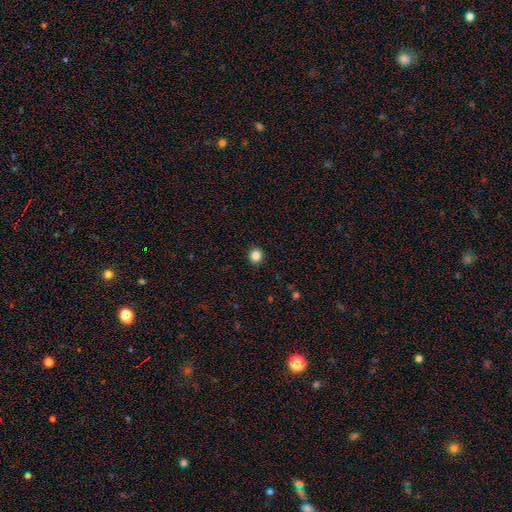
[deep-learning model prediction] Q: Smooth or featured?
A: smooth (85%); runner-up: star or artifact (11%)
Q: How rounded?
A: round (93%); runner-up: in between (6%)
Q: Merging?
A: none (93%); runner-up: minor disturbance (4%)